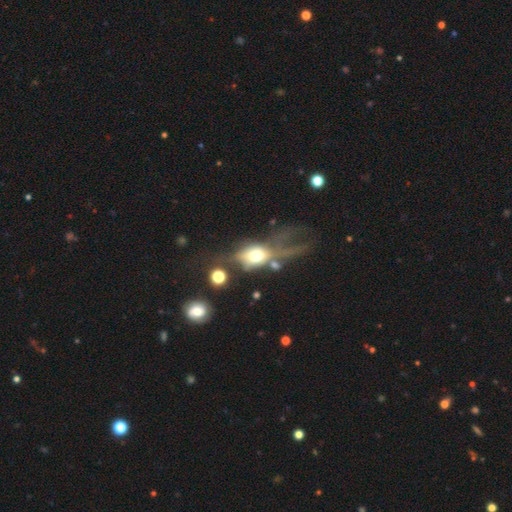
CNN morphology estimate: smooth-or-featured: smooth: 45% (tied) | featured or disk: 45% (tied) | star or artifact: 11%
  merging: major disturbance: 52% | none: 19% | merger: 15% | minor disturbance: 14%